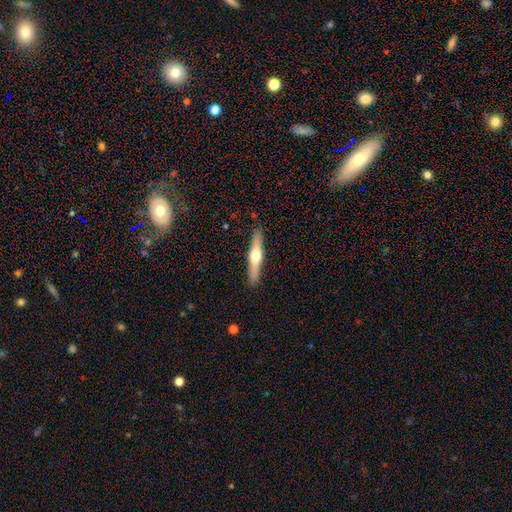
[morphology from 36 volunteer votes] Volunteers were most divided on "smooth or featured": featured or disk: 56%, smooth: 39%, star or artifact: 6%. More confident: merging — none (88%); edge-on disk — yes (85%); edge-on bulge — rounded (59%).